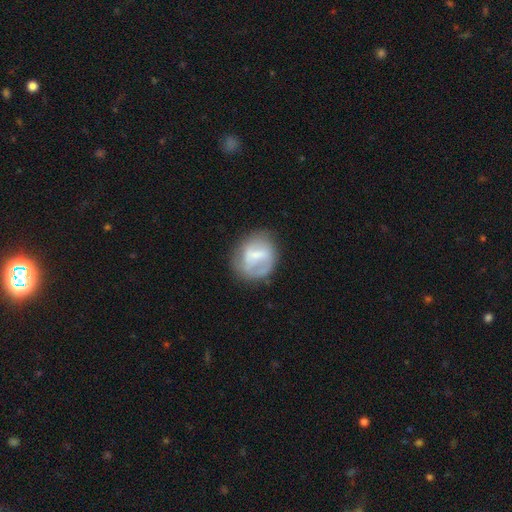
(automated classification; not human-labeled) Smooth or featured? Predicted: smooth (p=0.47). Merging? Predicted: none (p=0.57).